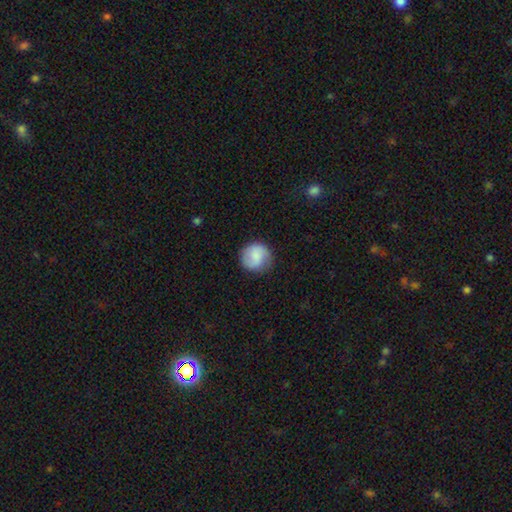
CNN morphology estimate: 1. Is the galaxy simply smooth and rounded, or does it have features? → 69% smooth, 24% featured or disk, 7% star or artifact.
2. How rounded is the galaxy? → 91% round, 8% in between, 1% cigar-shaped.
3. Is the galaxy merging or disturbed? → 77% none, 16% minor disturbance, 5% major disturbance, 1% merger.